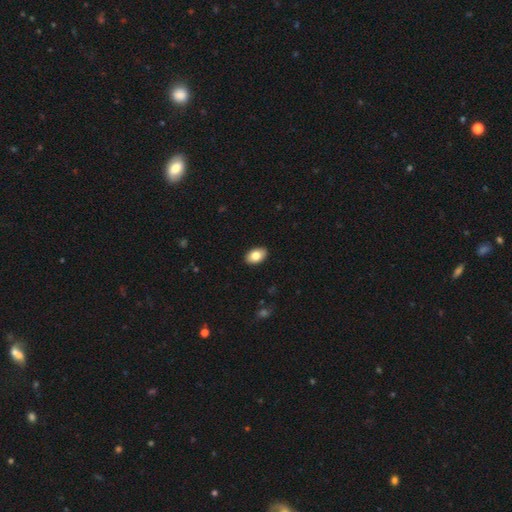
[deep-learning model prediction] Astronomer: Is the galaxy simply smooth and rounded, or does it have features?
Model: smooth — 82%.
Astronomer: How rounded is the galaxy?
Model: in between — 89%.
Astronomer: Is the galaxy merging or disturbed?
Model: none — 90%.